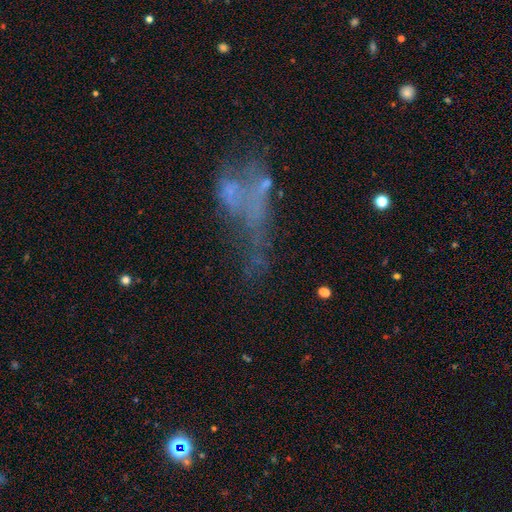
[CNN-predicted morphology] Q: Smooth or featured?
A: featured or disk (48%); runner-up: smooth (28%)
Q: Merging?
A: major disturbance (37%); runner-up: merger (25%)